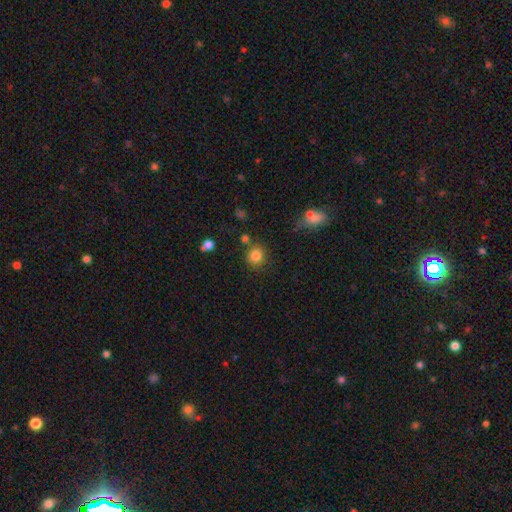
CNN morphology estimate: smooth-or-featured: smooth: 83% | star or artifact: 12% | featured or disk: 5%
  how-rounded: round: 85% | in between: 14% | cigar-shaped: 1%
  merging: none: 78% | minor disturbance: 10% | merger: 8% | major disturbance: 3%